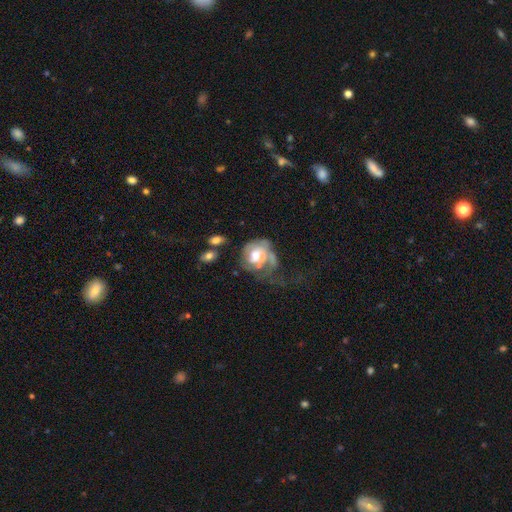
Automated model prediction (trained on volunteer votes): Smooth or featured?
  - featured or disk: 58% *
  - smooth: 34%
  - star or artifact: 8%
Edge-on disk?
  - no: 97% *
  - yes: 3%
Bar?
  - no: 78% *
  - weak: 19%
  - strong: 4%
Spiral arms?
  - yes: 66% *
  - no: 34%
Bulge size?
  - moderate: 58% *
  - large: 20%
  - small: 17%
  - none: 3%
  - dominant: 2%
Merging?
  - major disturbance: 45% *
  - none: 25%
  - minor disturbance: 20%
  - merger: 10%